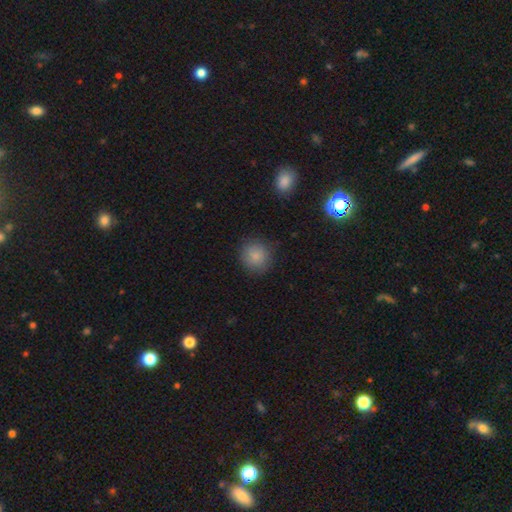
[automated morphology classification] This is clearly a smooth galaxy (85%). How rounded: clearly round (91%). Merging: clearly none (85%).